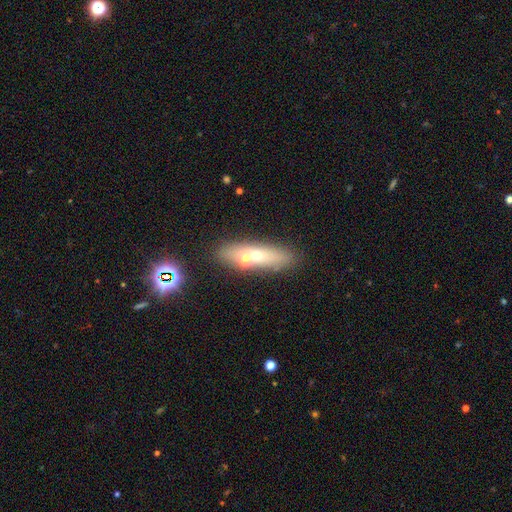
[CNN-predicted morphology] This appears to be a smooth galaxy with no disk features (51%) that is in between round and cigar-shaped (46%). Merging: none (65%).